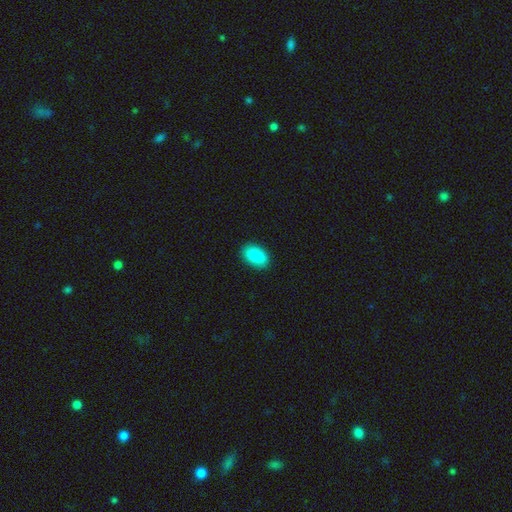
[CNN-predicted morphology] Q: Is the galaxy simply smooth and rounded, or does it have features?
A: smooth — 89%.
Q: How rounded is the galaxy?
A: in between — 91%.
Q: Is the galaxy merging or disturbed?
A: none — 89%.